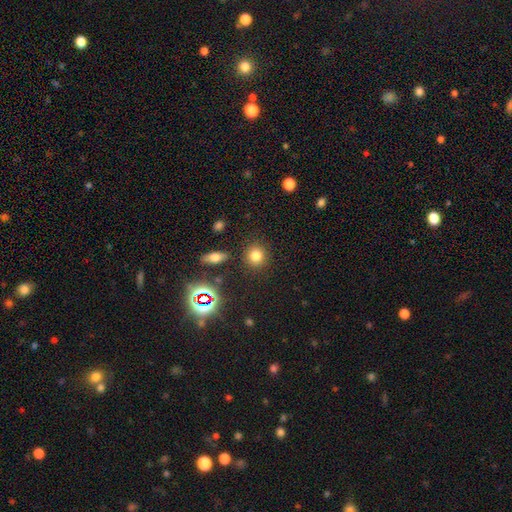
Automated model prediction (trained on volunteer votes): smooth 76%, star or artifact 17%, featured or disk 7%. Down the decision tree: how rounded — round (88%); merging — none (87%).